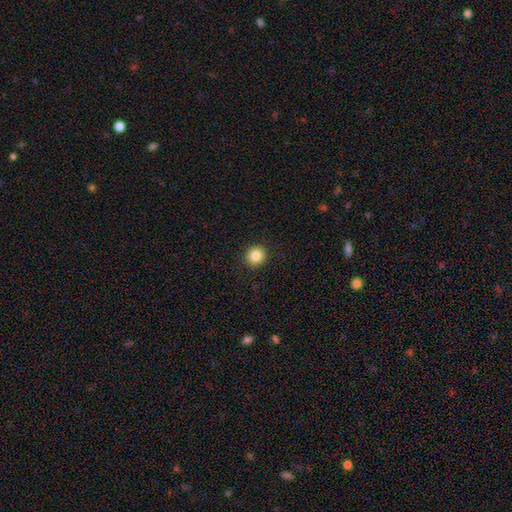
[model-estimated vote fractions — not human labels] A smooth galaxy with no disk features (85%) that is round (92%).

Vote fractions:
- Smooth or featured? smooth: 85% / star or artifact: 10% / featured or disk: 5%
- How rounded? round: 92% / in between: 7% / cigar-shaped: 1%
- Merging? none: 93% / minor disturbance: 5% / major disturbance: 2% / merger: 1%